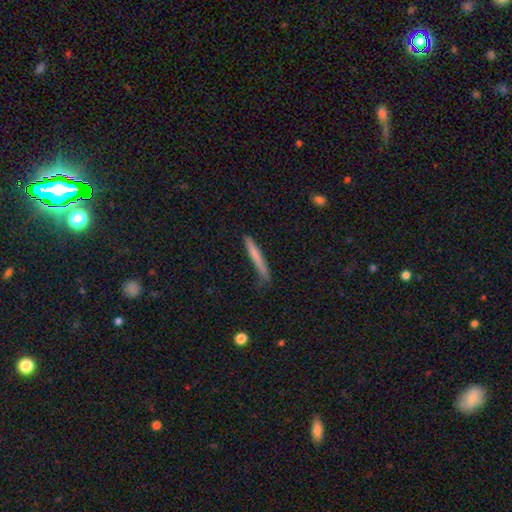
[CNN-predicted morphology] smooth 71%, featured or disk 22%, star or artifact 6%. Down the decision tree: how rounded — cigar-shaped (96%); merging — none (76%).